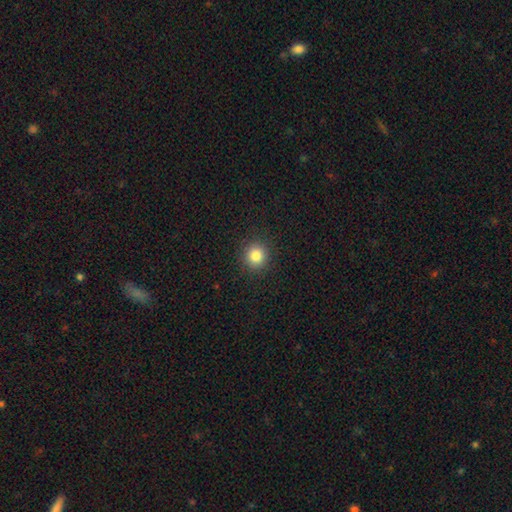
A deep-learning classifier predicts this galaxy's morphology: Smooth or featured: smooth — 83% (star or artifact — 12%)
How rounded: round — 92% (in between — 7%)
Merging: none — 91% (minor disturbance — 6%)